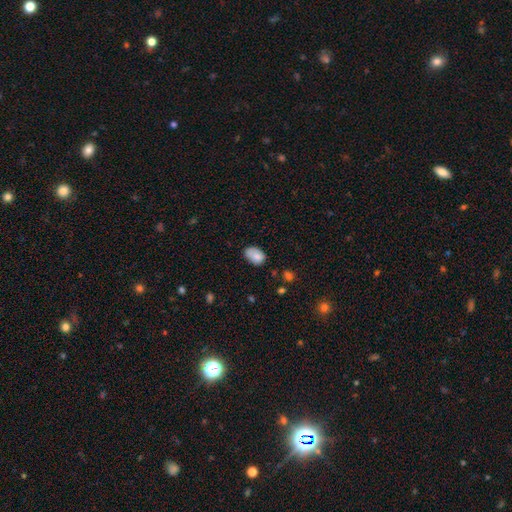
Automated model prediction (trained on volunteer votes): Smooth or featured: smooth — 80% (featured or disk — 11%)
How rounded: in between — 85% (round — 14%)
Merging: none — 56% (minor disturbance — 31%)